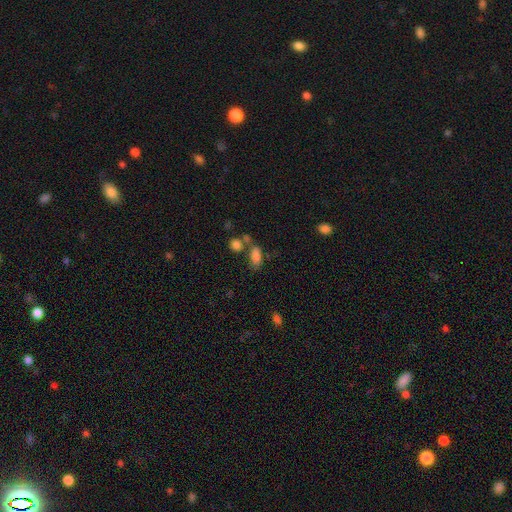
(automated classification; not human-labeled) Smooth or featured?
  - smooth: 81% *
  - star or artifact: 11%
  - featured or disk: 7%
How rounded?
  - in between: 87% *
  - round: 7%
  - cigar-shaped: 7%
Merging?
  - none: 50% *
  - merger: 27%
  - minor disturbance: 15%
  - major disturbance: 7%